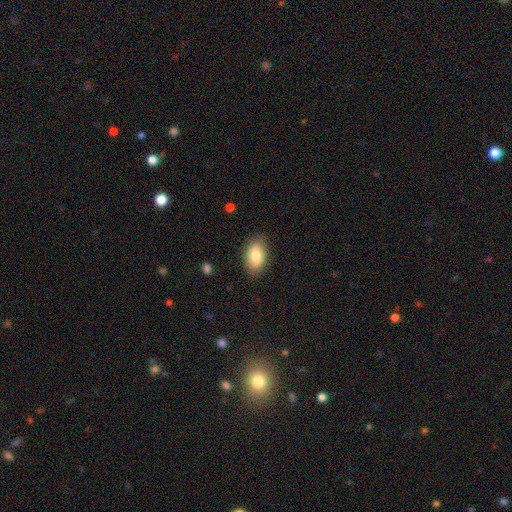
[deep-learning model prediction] The model was most divided on "smooth or featured": smooth: 82%, featured or disk: 11%, star or artifact: 7%. More confident: how rounded — in between (93%); merging — none (84%).